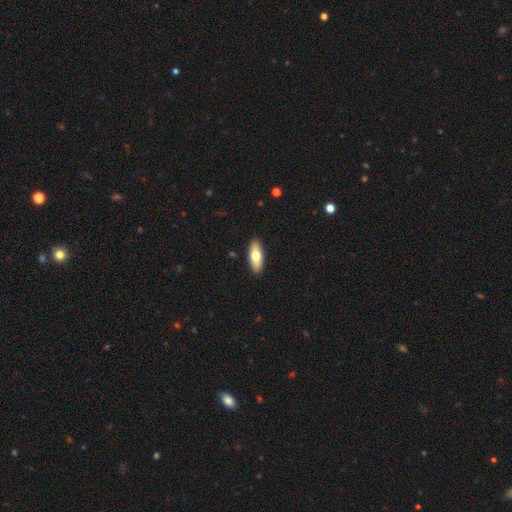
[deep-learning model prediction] The model was most divided on "smooth or featured": smooth: 67%, featured or disk: 27%, star or artifact: 6%. More confident: merging — none (90%); how rounded — in between (74%).